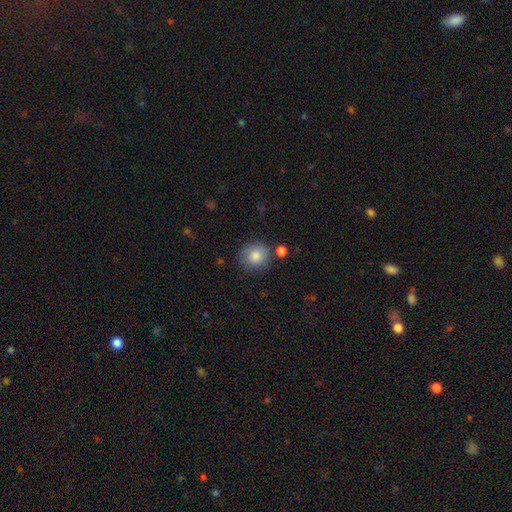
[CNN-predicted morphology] A smooth galaxy with no disk features (83%) that is round (88%). Merging: none (76%).